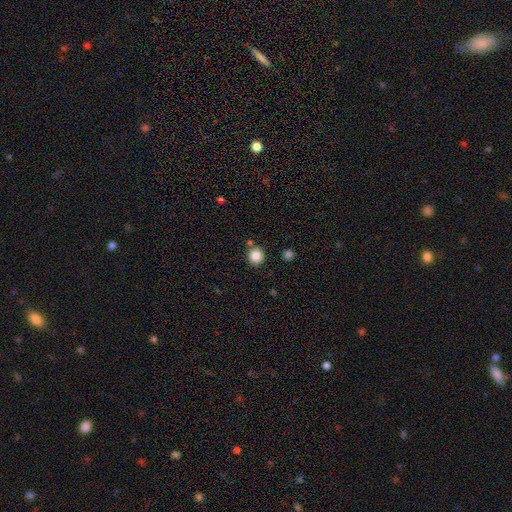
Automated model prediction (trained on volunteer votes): Smooth or featured? smooth (85%)
How rounded? round (92%)
Merging? none (81%)